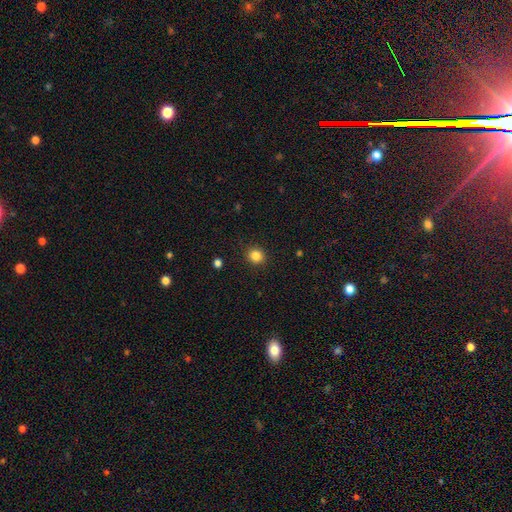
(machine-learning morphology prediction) type=smooth (84%); roundness=round (87%); merging=none (90%).